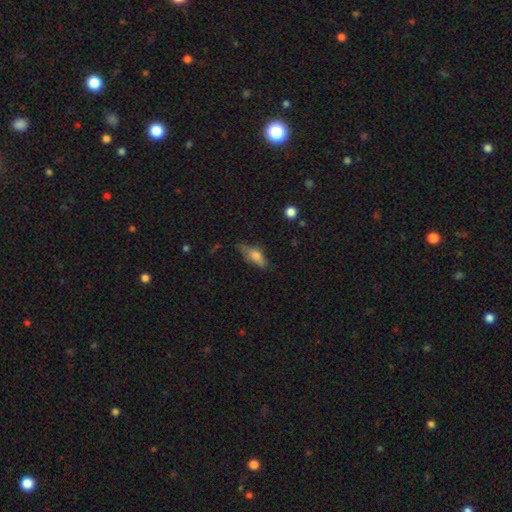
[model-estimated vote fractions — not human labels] Q: Smooth or featured?
A: smooth (66%); runner-up: featured or disk (25%)
Q: How rounded?
A: in between (72%); runner-up: cigar-shaped (24%)
Q: Merging?
A: none (53%); runner-up: minor disturbance (33%)